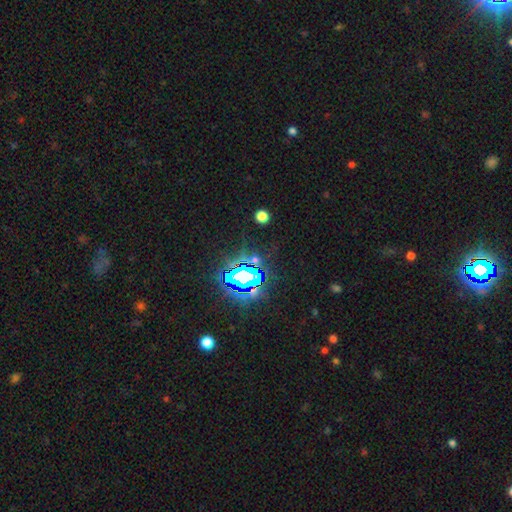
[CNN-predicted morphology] smooth-or-featured: star or artifact: 81% | smooth: 12% | featured or disk: 7%